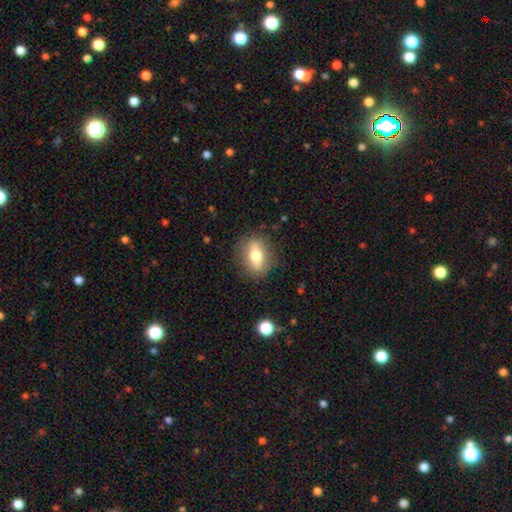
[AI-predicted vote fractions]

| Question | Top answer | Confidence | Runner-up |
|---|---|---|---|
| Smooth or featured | smooth | 59% | featured or disk (33%) |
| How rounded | in between | 67% | round (23%) |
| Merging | none | 84% | minor disturbance (11%) |